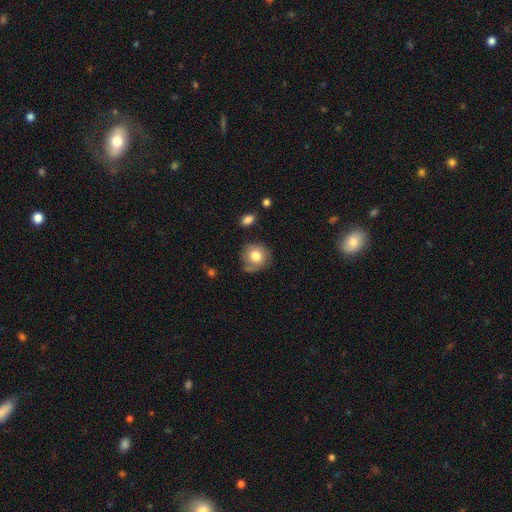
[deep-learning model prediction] smooth 76%, featured or disk 16%, star or artifact 8%. Down the decision tree: how rounded — round (87%); merging — none (66%).